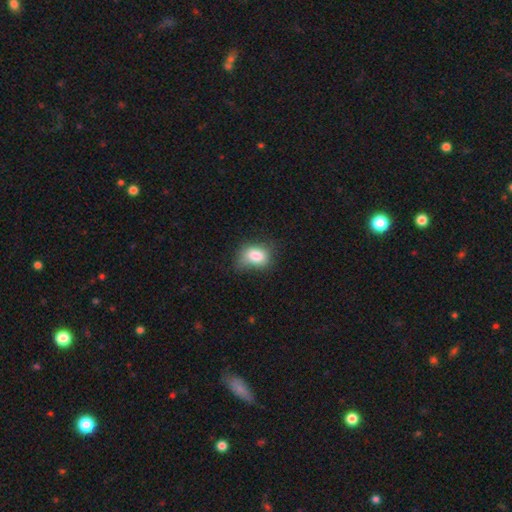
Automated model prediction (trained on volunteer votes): smooth 81%, star or artifact 10%, featured or disk 9%. Down the decision tree: how rounded — in between (71%); merging — none (53%).